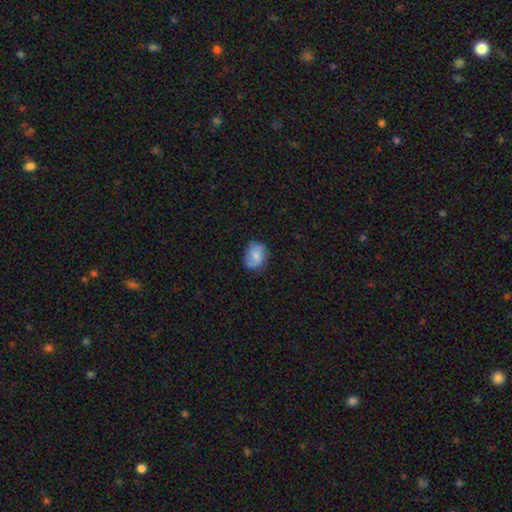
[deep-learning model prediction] Smooth or featured: smooth — 49% (featured or disk — 42%)
Merging: none — 70% (minor disturbance — 22%)